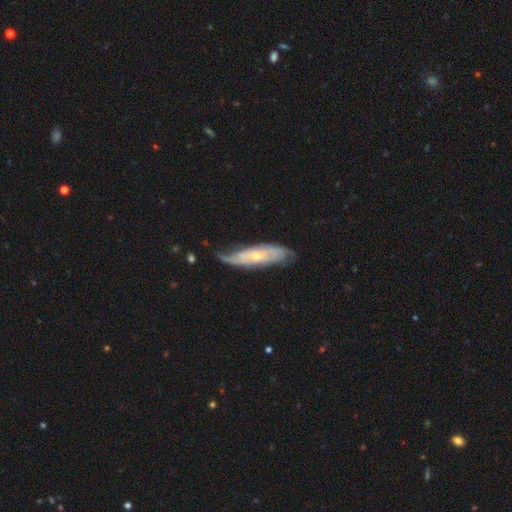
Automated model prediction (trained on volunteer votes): featured or disk 68%, smooth 25%, star or artifact 6%. Down the decision tree: edge-on disk — no (68%); merging — none (58%).